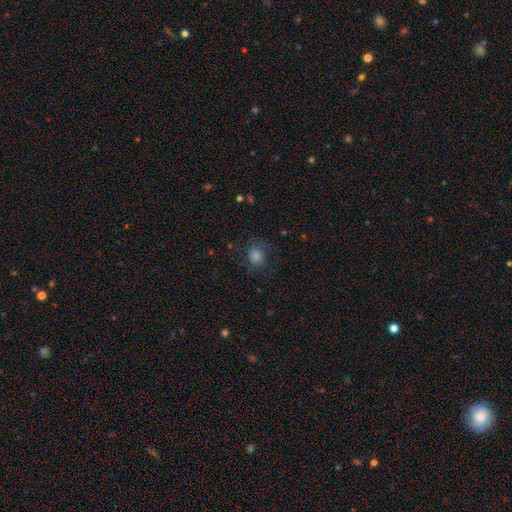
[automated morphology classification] smooth_or_featured: smooth (p=0.72) [alt: star or artifact p=0.17]
how_rounded: round (p=0.80) [alt: in between p=0.19]
merging: none (p=0.73) [alt: minor disturbance p=0.16]